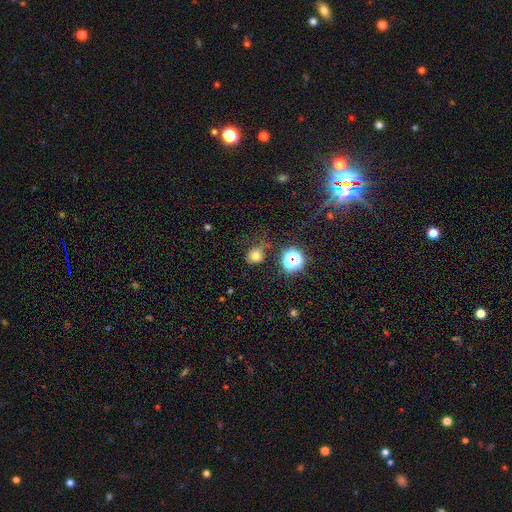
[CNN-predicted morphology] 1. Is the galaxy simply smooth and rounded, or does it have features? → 71% smooth, 20% star or artifact, 9% featured or disk.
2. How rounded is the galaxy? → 70% round, 29% in between, 1% cigar-shaped.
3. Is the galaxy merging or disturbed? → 63% none, 23% minor disturbance, 9% major disturbance, 5% merger.